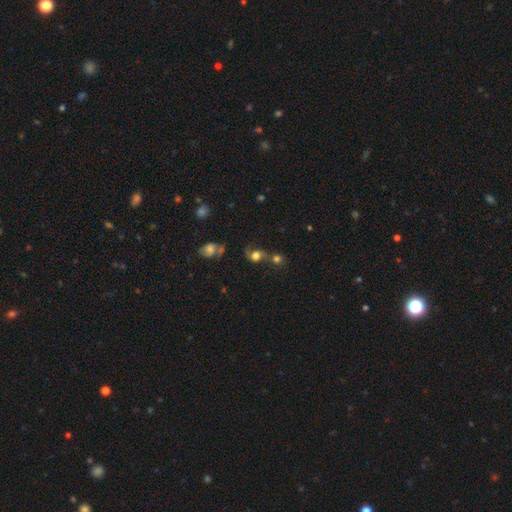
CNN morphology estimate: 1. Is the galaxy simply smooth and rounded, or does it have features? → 61% smooth, 24% featured or disk, 15% star or artifact.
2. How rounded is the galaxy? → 72% round, 27% in between, 2% cigar-shaped.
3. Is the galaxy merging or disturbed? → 42% merger, 33% none, 13% minor disturbance, 12% major disturbance.